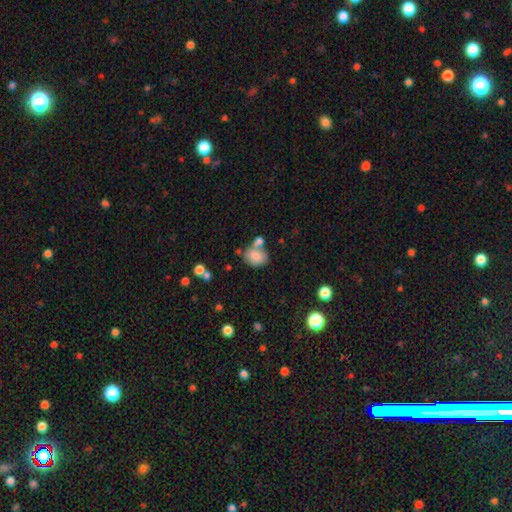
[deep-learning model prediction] This is clearly a smooth galaxy (81%). How rounded: likely in between (63%). Merging: possibly none (48%).